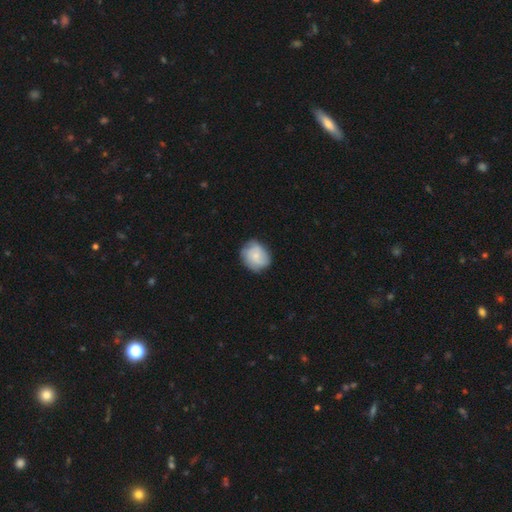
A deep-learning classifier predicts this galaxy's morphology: Q: Smooth or featured?
A: smooth (59%); runner-up: featured or disk (34%)
Q: How rounded?
A: round (63%); runner-up: in between (36%)
Q: Merging?
A: none (72%); runner-up: minor disturbance (21%)